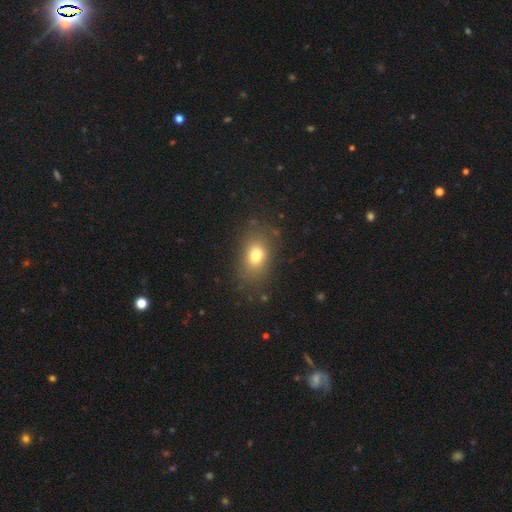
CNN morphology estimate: smooth-or-featured: smooth: 74% | featured or disk: 13% | star or artifact: 13%
  how-rounded: in between: 71% | round: 28% | cigar-shaped: 2%
  merging: none: 77% | minor disturbance: 14% | major disturbance: 7% | merger: 2%